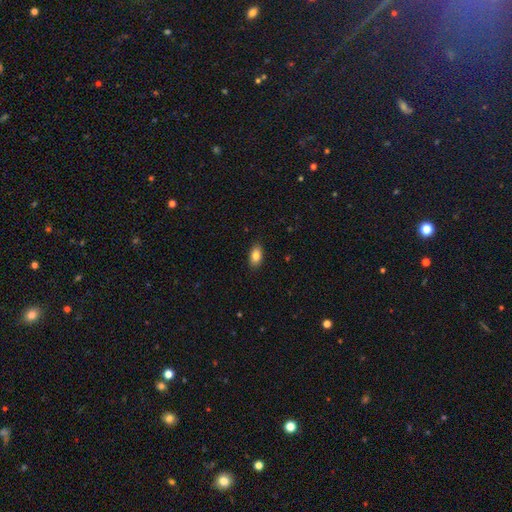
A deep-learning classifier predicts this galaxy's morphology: This appears to be a smooth galaxy with no disk features (86%) that is in between round and cigar-shaped (91%). Merging: none (88%).